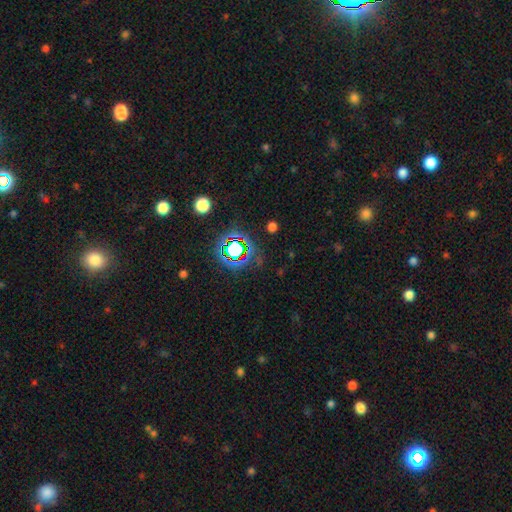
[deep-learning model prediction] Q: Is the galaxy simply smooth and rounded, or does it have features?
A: star or artifact — 74%.